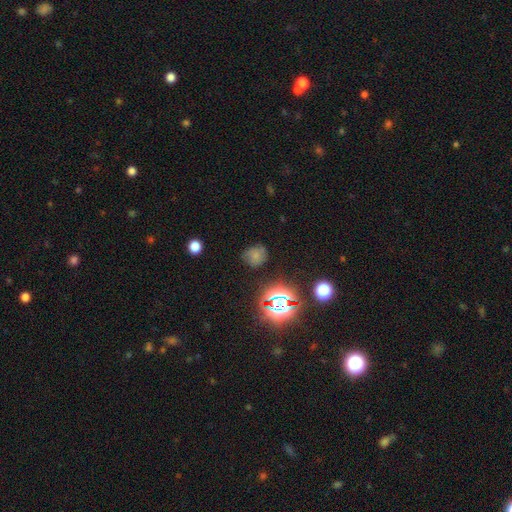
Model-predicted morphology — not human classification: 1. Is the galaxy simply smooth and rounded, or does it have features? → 62% smooth, 25% star or artifact, 13% featured or disk.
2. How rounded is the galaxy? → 74% round, 25% in between, 1% cigar-shaped.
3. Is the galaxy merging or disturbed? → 69% none, 21% minor disturbance, 7% major disturbance, 3% merger.